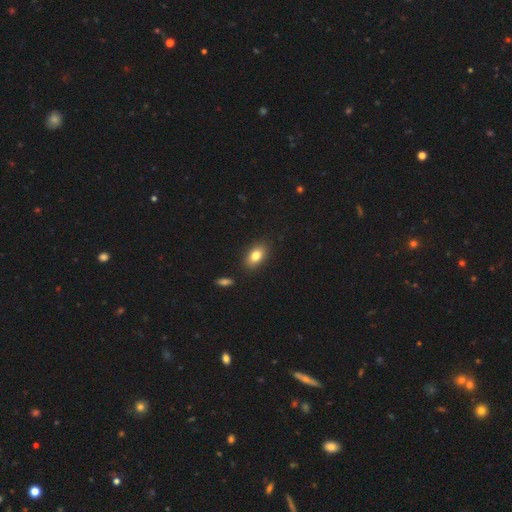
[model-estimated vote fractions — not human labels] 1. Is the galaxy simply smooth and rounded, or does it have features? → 81% smooth, 10% featured or disk, 9% star or artifact.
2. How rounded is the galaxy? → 86% in between, 10% round, 3% cigar-shaped.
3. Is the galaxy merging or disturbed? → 86% none, 9% minor disturbance, 2% merger, 2% major disturbance.